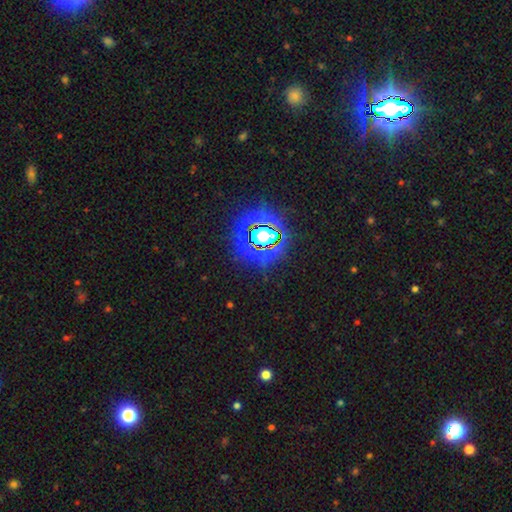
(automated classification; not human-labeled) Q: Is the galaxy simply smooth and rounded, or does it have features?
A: star or artifact — 83%.